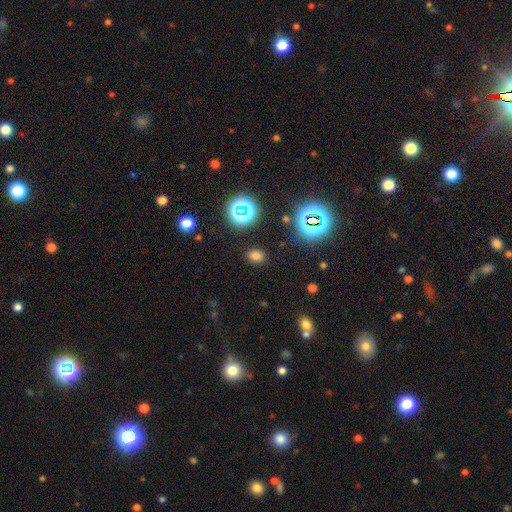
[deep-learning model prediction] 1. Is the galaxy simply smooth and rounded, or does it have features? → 70% smooth, 24% star or artifact, 5% featured or disk.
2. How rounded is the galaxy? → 54% in between, 44% round, 1% cigar-shaped.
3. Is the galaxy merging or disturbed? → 86% none, 9% minor disturbance, 3% major disturbance, 2% merger.